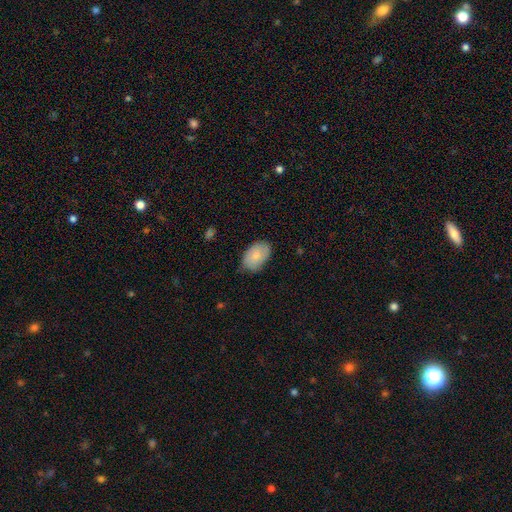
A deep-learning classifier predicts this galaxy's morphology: Smooth or featured? Predicted: smooth (p=0.76). How rounded? Predicted: in between (p=0.89). Merging? Predicted: none (p=0.75).